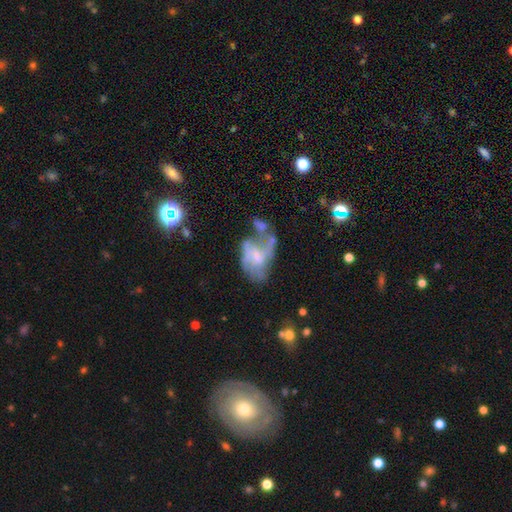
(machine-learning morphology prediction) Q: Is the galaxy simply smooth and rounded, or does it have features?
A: featured or disk — 63%.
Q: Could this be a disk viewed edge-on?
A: no — 97%.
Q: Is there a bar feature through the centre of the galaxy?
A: no — 63%.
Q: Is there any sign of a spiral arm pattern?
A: no — 53%.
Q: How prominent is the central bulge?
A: none — 38%.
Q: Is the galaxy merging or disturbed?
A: major disturbance — 39%.